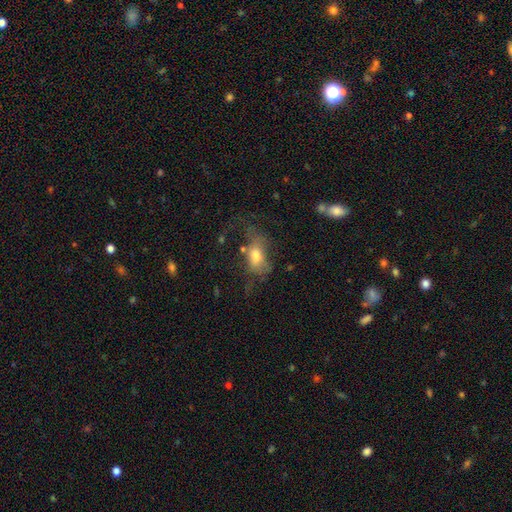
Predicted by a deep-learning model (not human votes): The model was most divided on "merging": major disturbance: 43%, none: 30%, minor disturbance: 22%, merger: 5%. More confident: how rounded — in between (80%); smooth or featured — smooth (59%).